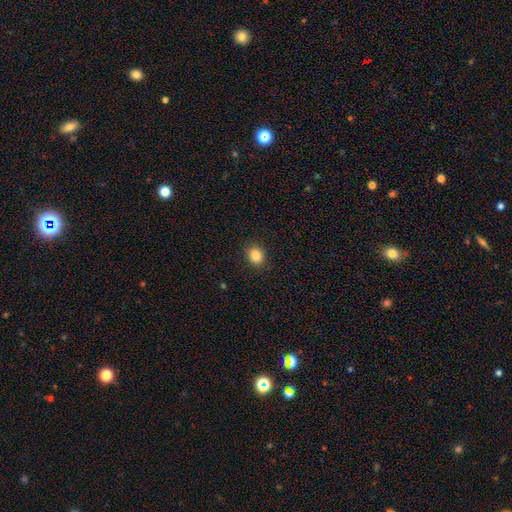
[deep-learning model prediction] Smooth or featured? Predicted: smooth (p=0.85). How rounded? Predicted: round (p=0.69). Merging? Predicted: none (p=0.90).